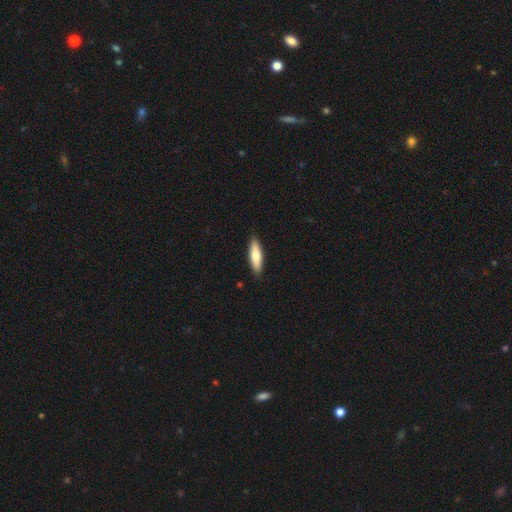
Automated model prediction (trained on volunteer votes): Smooth or featured? Predicted: smooth (p=0.68). How rounded? Predicted: cigar-shaped (p=0.62). Merging? Predicted: none (p=0.90).